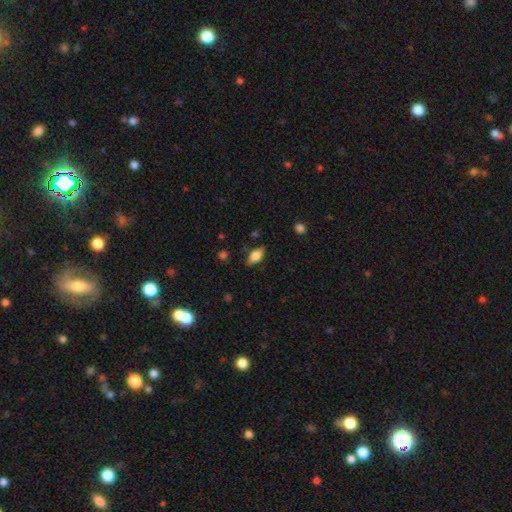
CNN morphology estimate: The model was most divided on "smooth or featured": smooth: 73%, featured or disk: 19%, star or artifact: 8%. More confident: how rounded — in between (86%); merging — none (80%).